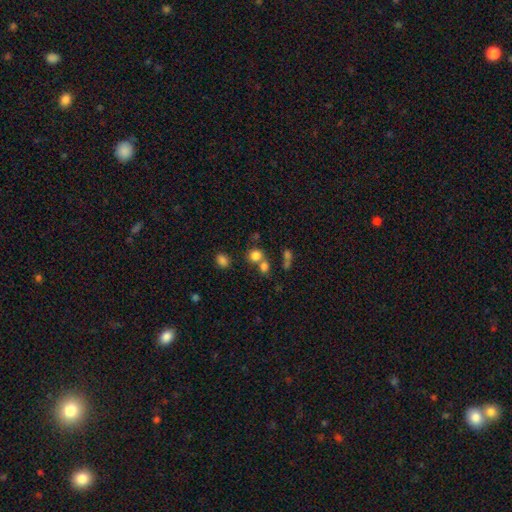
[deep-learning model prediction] A smooth galaxy with no disk features (78%) that is round (79%). Merging: none (53%).